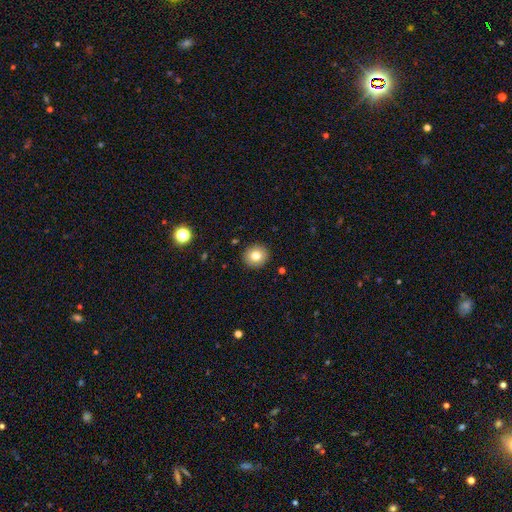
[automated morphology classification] A smooth galaxy with no disk features (79%) that is round (89%). Merging: none (91%).